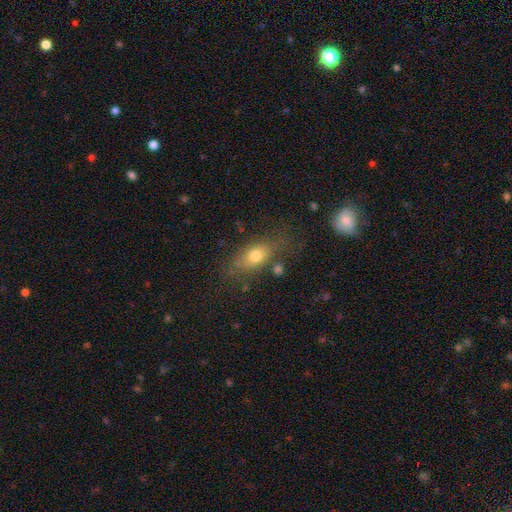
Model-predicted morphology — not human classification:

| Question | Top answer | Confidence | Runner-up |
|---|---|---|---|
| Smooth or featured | smooth | 71% | featured or disk (19%) |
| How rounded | in between | 74% | round (14%) |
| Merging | none | 66% | minor disturbance (19%) |